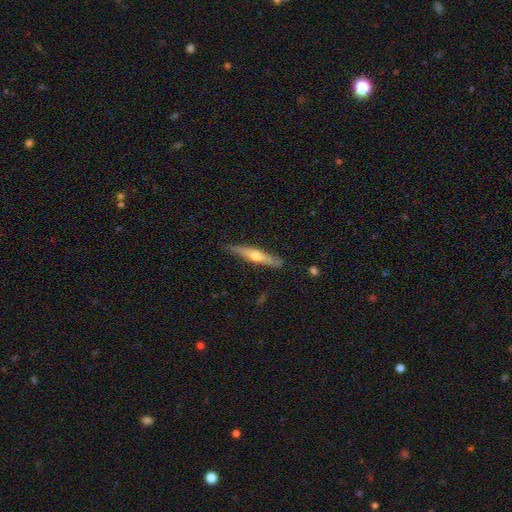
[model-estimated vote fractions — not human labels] Smooth or featured? Predicted: featured or disk (p=0.50). Edge-on disk? Predicted: yes (p=0.89). Merging? Predicted: none (p=0.80).